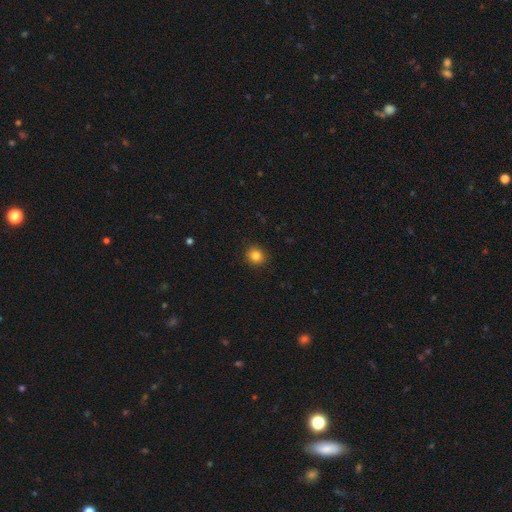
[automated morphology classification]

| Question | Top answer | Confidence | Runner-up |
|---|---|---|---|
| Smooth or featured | smooth | 83% | star or artifact (11%) |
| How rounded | round | 87% | in between (12%) |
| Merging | none | 92% | minor disturbance (5%) |